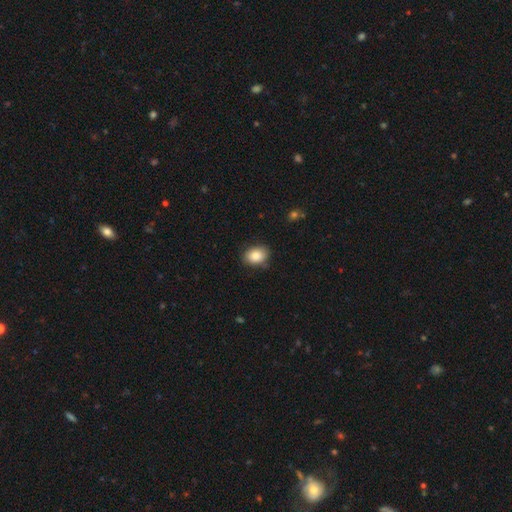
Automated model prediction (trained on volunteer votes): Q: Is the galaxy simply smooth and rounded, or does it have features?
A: smooth — 86%.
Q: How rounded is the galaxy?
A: in between — 74%.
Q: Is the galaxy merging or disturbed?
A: none — 82%.